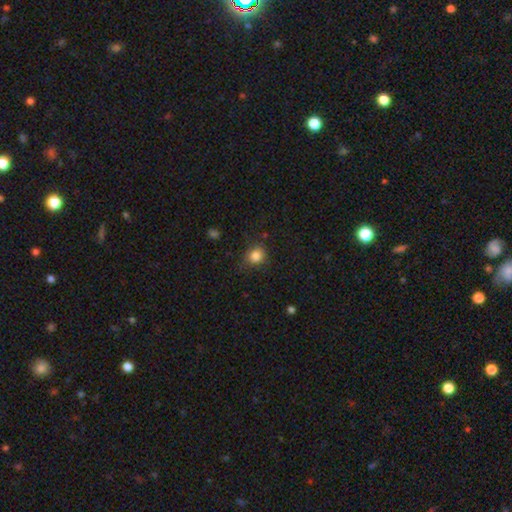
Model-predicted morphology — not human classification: A smooth galaxy with no disk features (84%) that is round (80%). Merging: none (75%).